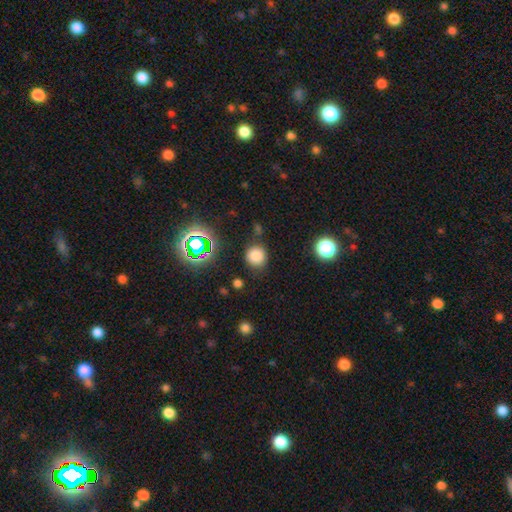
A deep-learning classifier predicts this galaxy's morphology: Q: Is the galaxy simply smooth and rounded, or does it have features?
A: smooth — 78%.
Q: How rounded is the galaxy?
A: round — 87%.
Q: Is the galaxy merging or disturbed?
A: none — 80%.